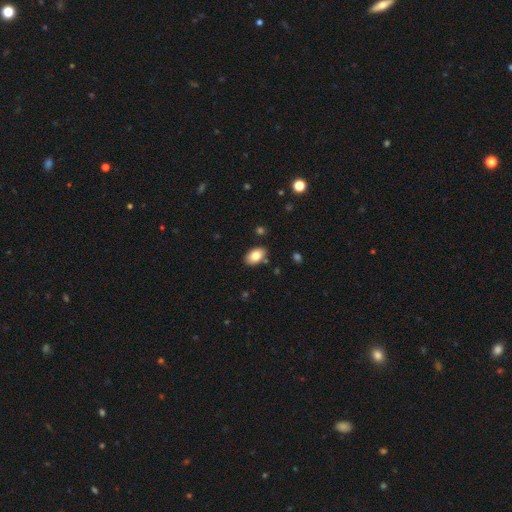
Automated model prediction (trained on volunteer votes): This is clearly a smooth galaxy (81%). How rounded: clearly in between (90%). Merging: clearly none (85%).